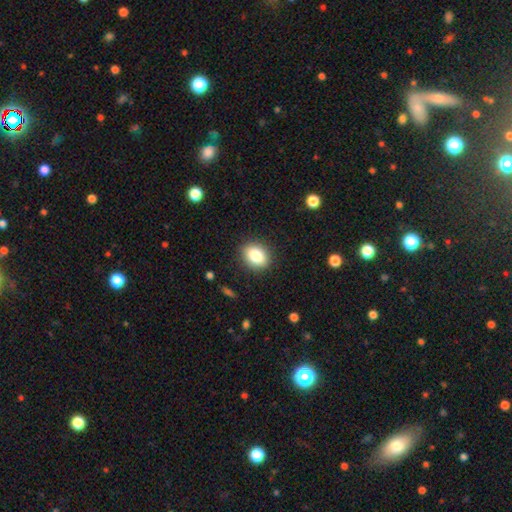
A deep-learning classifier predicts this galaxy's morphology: smooth-or-featured: smooth: 82% | star or artifact: 9% | featured or disk: 9%
  how-rounded: in between: 55% | round: 44% | cigar-shaped: 1%
  merging: none: 88% | minor disturbance: 8% | major disturbance: 3% | merger: 1%